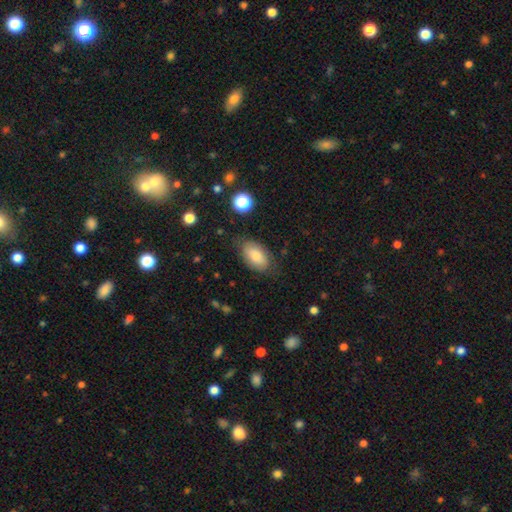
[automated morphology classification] A smooth galaxy with no disk features (74%) that is in between round and cigar-shaped (92%). Merging: none (73%).